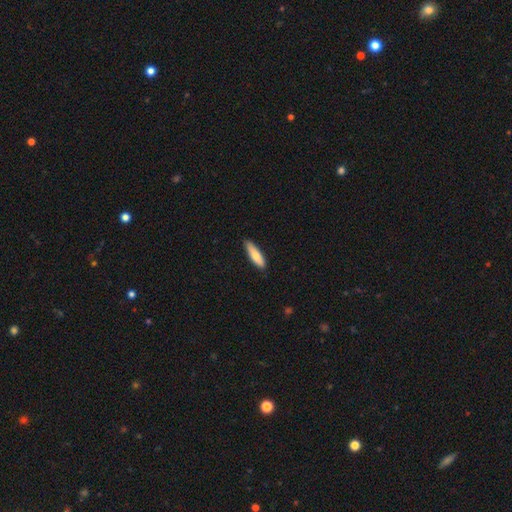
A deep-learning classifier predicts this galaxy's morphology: Overall: smooth (73%). How rounded: cigar-shaped (63%; in between 36%). Merging: none (85%).